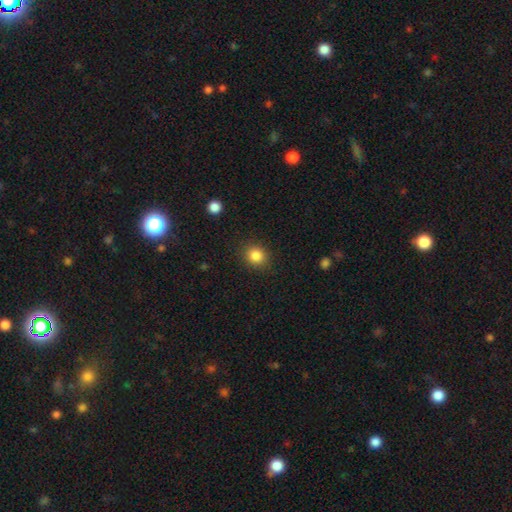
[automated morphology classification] Smooth or featured: smooth — 85% (star or artifact — 10%)
How rounded: round — 77% (in between — 22%)
Merging: none — 88% (minor disturbance — 8%)